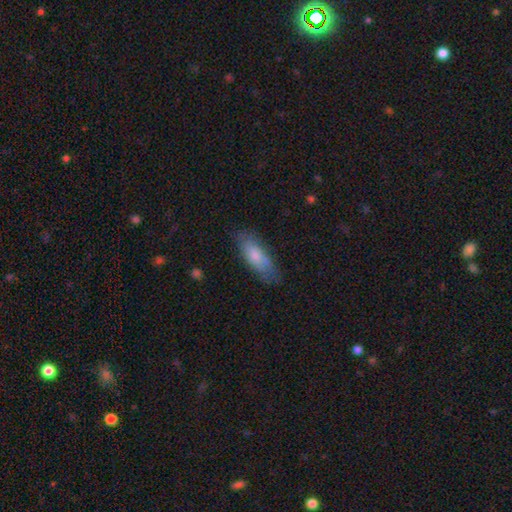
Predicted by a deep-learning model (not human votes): The model was most divided on "how rounded": in between: 66%, cigar-shaped: 32%, round: 2%. More confident: smooth or featured — smooth (73%); merging — none (70%).